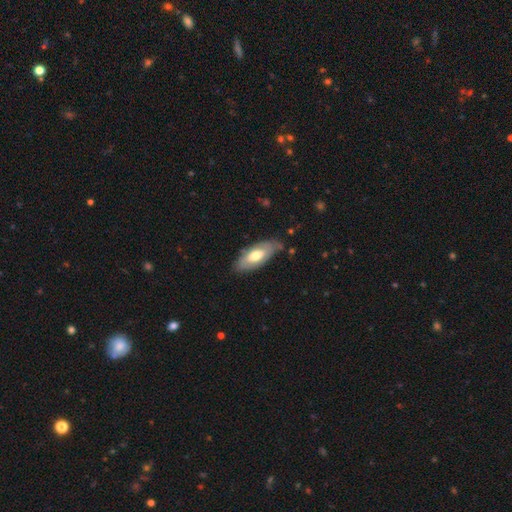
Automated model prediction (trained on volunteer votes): Smooth or featured?
  - smooth: 49% *
  - featured or disk: 46%
  - star or artifact: 5%
Merging?
  - none: 72% *
  - minor disturbance: 21%
  - major disturbance: 5%
  - merger: 2%